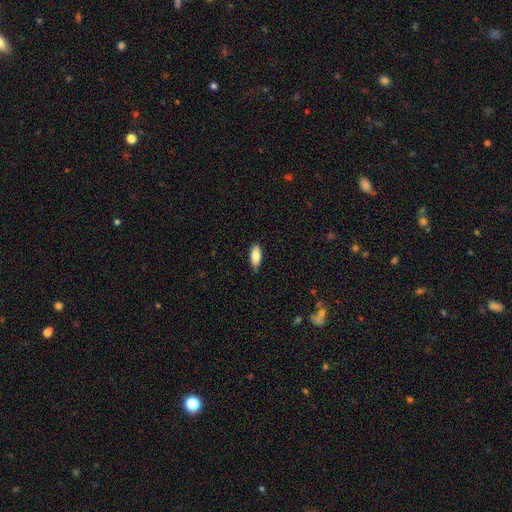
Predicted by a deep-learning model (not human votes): This is clearly a smooth galaxy (85%). How rounded: clearly in between (87%). Merging: clearly none (84%).